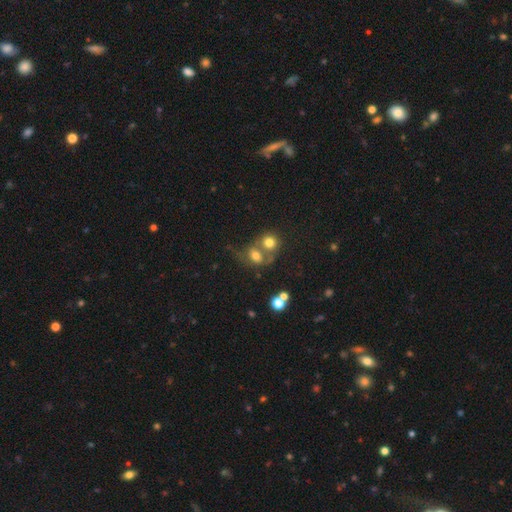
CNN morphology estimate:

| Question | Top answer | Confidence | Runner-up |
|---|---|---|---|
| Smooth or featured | smooth | 68% | featured or disk (18%) |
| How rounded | round | 51% | in between (47%) |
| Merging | merger | 54% | none (26%) |